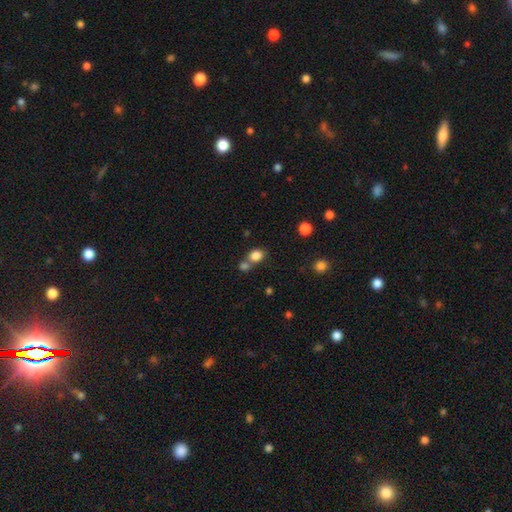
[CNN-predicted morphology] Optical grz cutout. It shows a smooth galaxy with no disk features (83%) that is round (50%). Merging: none (50%).